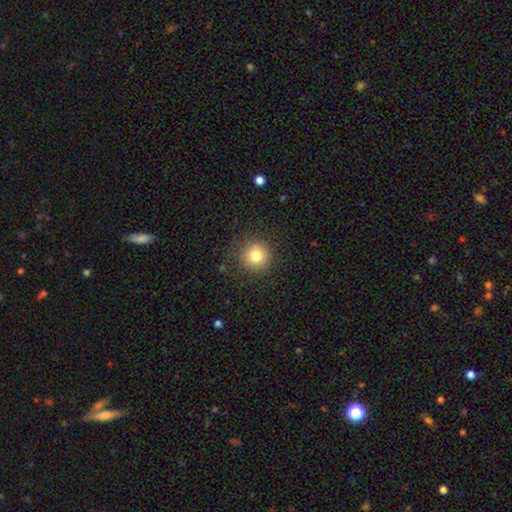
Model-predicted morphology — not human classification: A smooth galaxy with no disk features (81%) that is round (94%). Merging: none (88%).